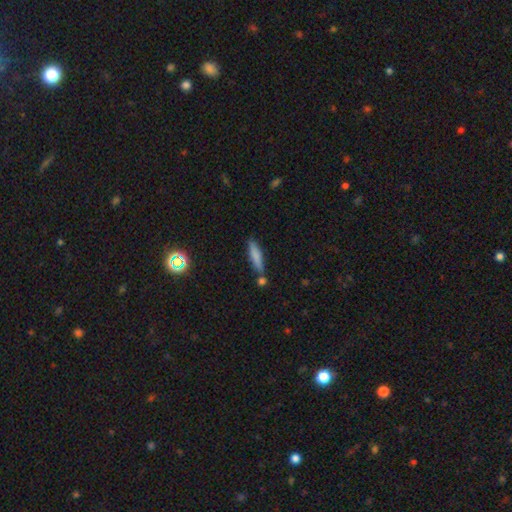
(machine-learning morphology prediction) A smooth galaxy with no disk features (78%) that is cigar-shaped (79%).

Vote fractions:
- Smooth or featured? smooth: 78% / featured or disk: 14% / star or artifact: 8%
- How rounded? cigar-shaped: 79% / in between: 19% / round: 2%
- Merging? none: 74% / minor disturbance: 14% / merger: 10% / major disturbance: 3%